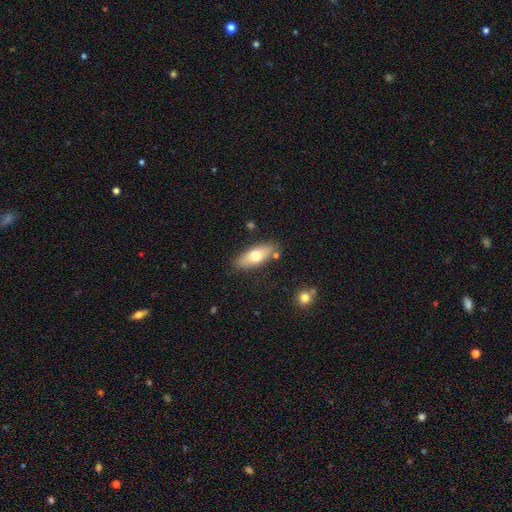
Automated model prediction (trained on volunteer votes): The model was most divided on "smooth or featured": smooth: 67%, featured or disk: 27%, star or artifact: 6%. More confident: merging — none (81%); how rounded — in between (75%).